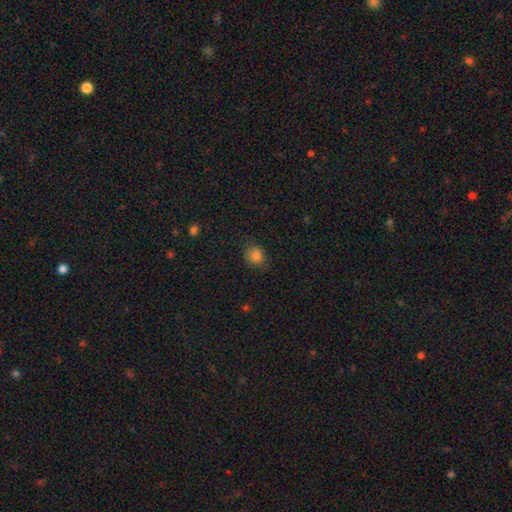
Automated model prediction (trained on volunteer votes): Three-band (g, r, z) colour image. It shows a smooth galaxy with no disk features (84%) that is round (76%). Merging: none (80%).